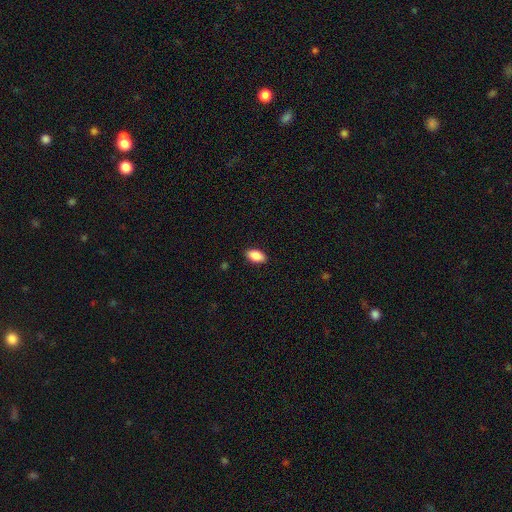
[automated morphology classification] type=smooth (88%); roundness=in between (93%); merging=none (89%).